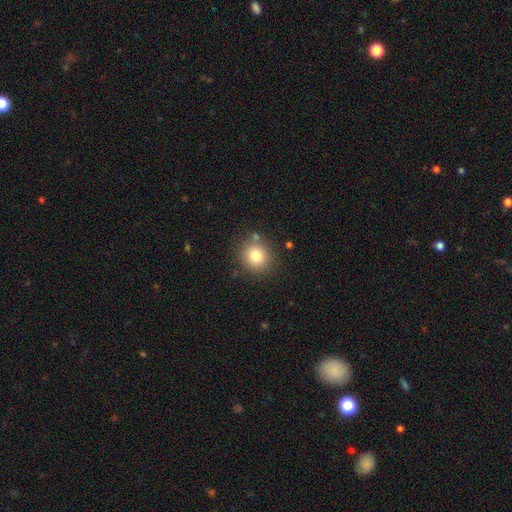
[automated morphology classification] smooth_or_featured: smooth (p=0.80) [alt: star or artifact p=0.11]
how_rounded: round (p=0.86) [alt: in between p=0.13]
merging: none (p=0.81) [alt: minor disturbance p=0.10]